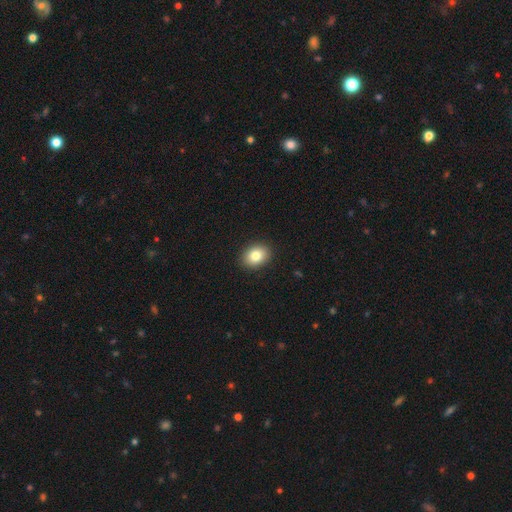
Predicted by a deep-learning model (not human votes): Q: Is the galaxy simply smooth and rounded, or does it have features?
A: smooth — 82%.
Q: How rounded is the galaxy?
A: in between — 62%.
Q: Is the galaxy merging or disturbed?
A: none — 91%.